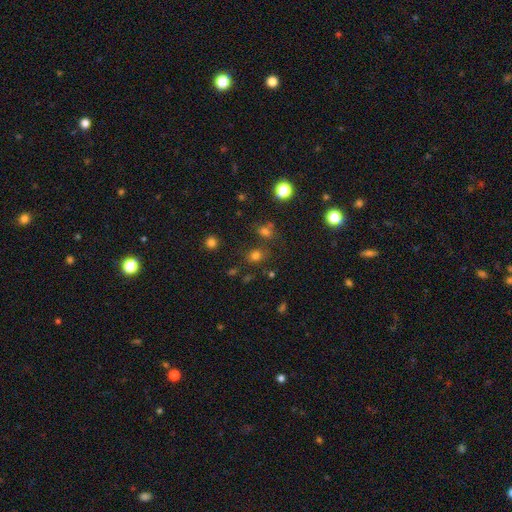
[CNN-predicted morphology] smooth_or_featured: smooth (p=0.70) [alt: star or artifact p=0.24]
how_rounded: round (p=0.64) [alt: in between p=0.35]
merging: none (p=0.72) [alt: minor disturbance p=0.12]